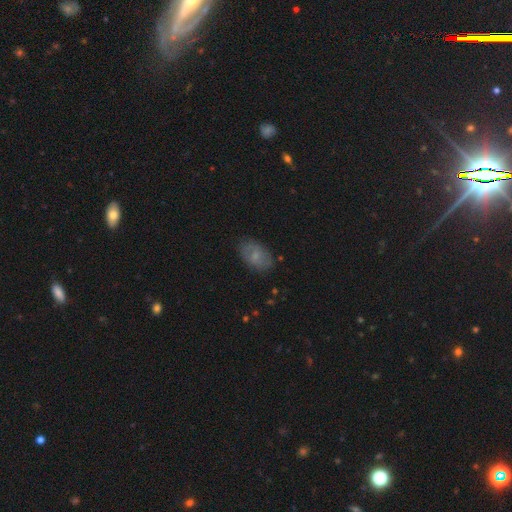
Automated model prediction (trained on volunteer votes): Q: Smooth or featured?
A: smooth (64%); runner-up: featured or disk (28%)
Q: How rounded?
A: in between (89%); runner-up: round (9%)
Q: Merging?
A: none (79%); runner-up: minor disturbance (16%)